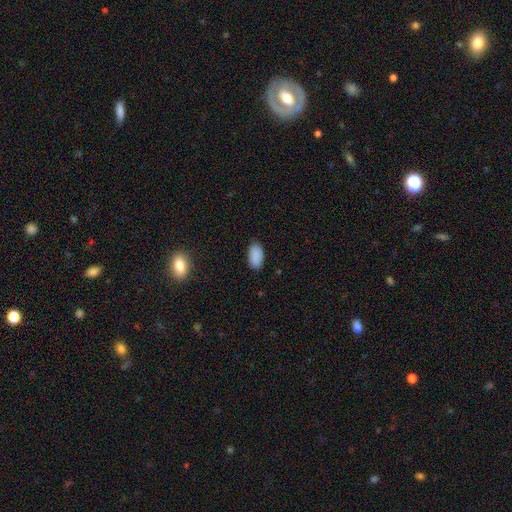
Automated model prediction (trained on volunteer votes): The model was most divided on "merging": none: 86%, minor disturbance: 10%, major disturbance: 2%, merger: 1%. More confident: how rounded — in between (95%); smooth or featured — smooth (89%).